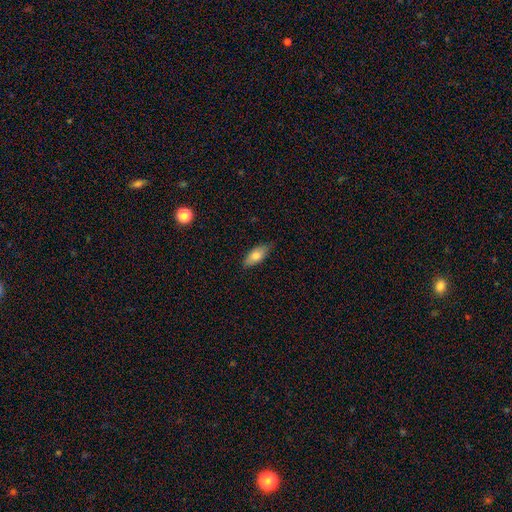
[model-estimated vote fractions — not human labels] Smooth or featured? Predicted: smooth (p=0.74). How rounded? Predicted: in between (p=0.80). Merging? Predicted: none (p=0.80).